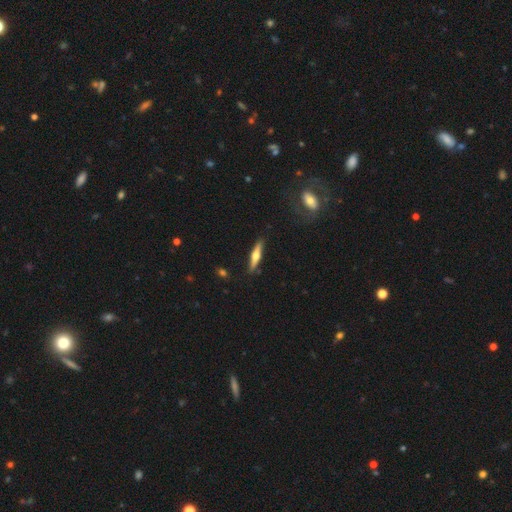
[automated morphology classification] The model was most divided on "smooth or featured": featured or disk: 52%, smooth: 42%, star or artifact: 6%. More confident: edge-on disk — yes (95%); merging — none (86%).